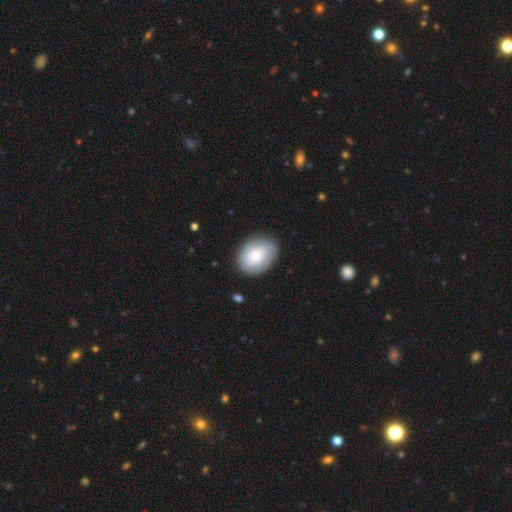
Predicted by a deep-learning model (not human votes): A smooth galaxy with no disk features (61%) that is in between round and cigar-shaped (61%). Merging: none (81%).